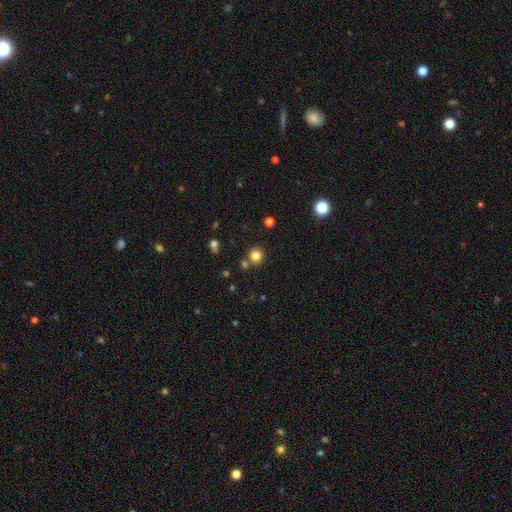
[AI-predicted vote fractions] Q: Smooth or featured?
A: smooth (80%); runner-up: star or artifact (14%)
Q: How rounded?
A: round (90%); runner-up: in between (9%)
Q: Merging?
A: none (77%); runner-up: merger (12%)